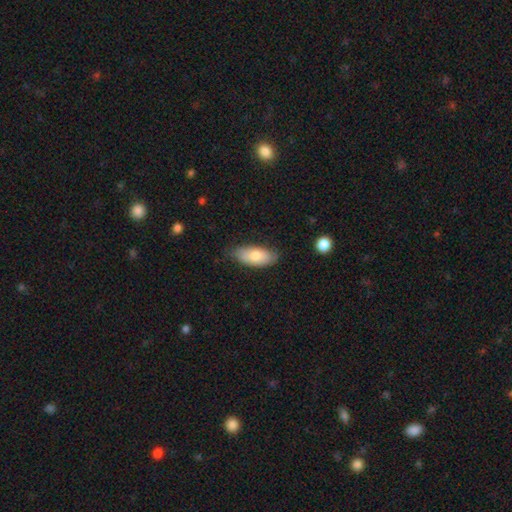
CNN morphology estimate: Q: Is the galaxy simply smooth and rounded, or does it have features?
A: smooth — 77%.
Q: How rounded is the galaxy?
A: in between — 87%.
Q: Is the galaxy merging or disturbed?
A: none — 76%.